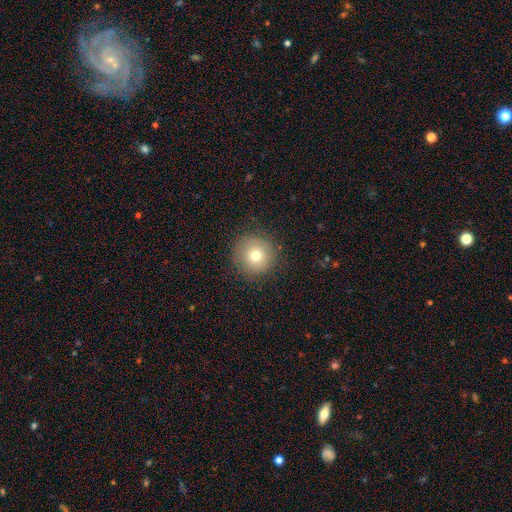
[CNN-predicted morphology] A smooth galaxy with no disk features (73%) that is round (96%).

Vote fractions:
- Smooth or featured? smooth: 73% / featured or disk: 14% / star or artifact: 13%
- How rounded? round: 96% / in between: 3% / cigar-shaped: 1%
- Merging? none: 87% / minor disturbance: 9% / major disturbance: 3% / merger: 1%